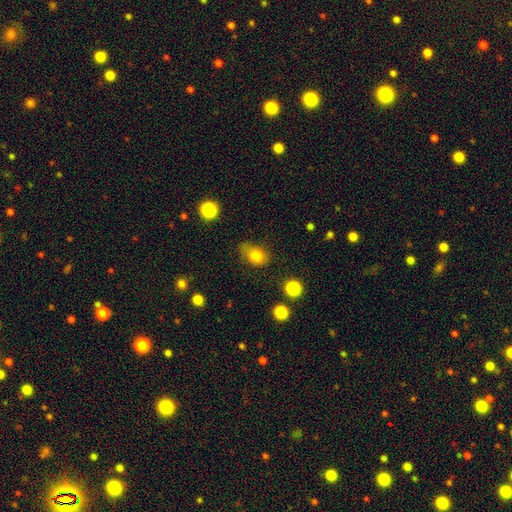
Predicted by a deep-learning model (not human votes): Overall: smooth (81%). How rounded: in between (68%; round 30%). Merging: none (60%; minor disturbance 28%).